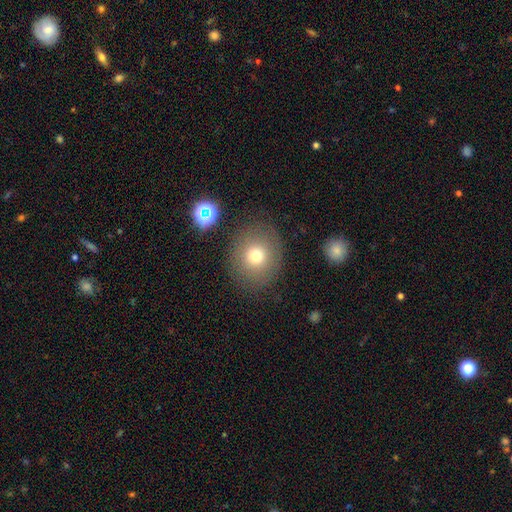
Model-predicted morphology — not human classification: Smooth or featured: smooth — 74% (star or artifact — 13%)
How rounded: round — 74% (in between — 25%)
Merging: none — 83% (minor disturbance — 10%)